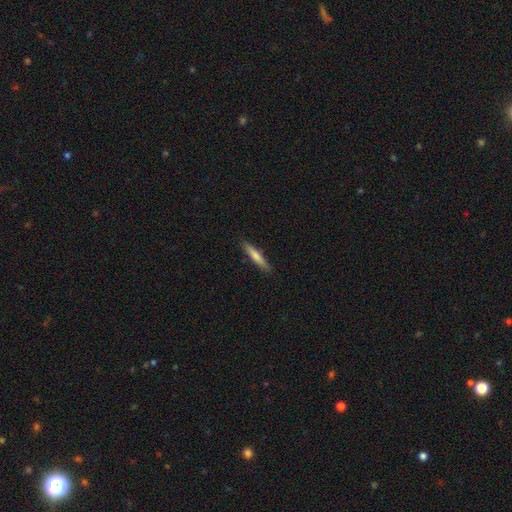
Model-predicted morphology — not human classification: A smooth galaxy with no disk features (62%) that is cigar-shaped (92%).

Vote fractions:
- Smooth or featured? smooth: 62% / featured or disk: 32% / star or artifact: 6%
- How rounded? cigar-shaped: 92% / in between: 6% / round: 1%
- Merging? none: 90% / minor disturbance: 7% / major disturbance: 1% / merger: 1%